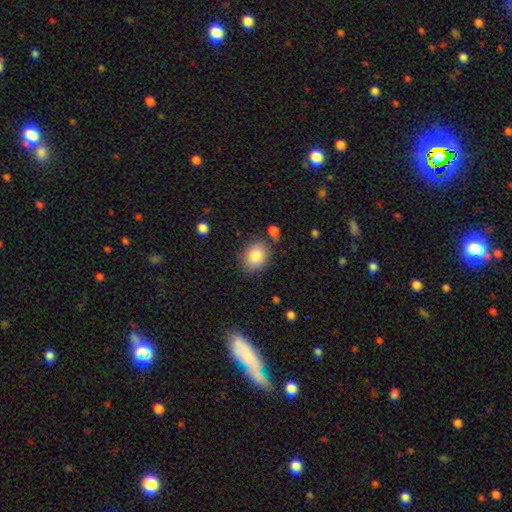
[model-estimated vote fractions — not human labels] Q: Smooth or featured?
A: smooth (83%); runner-up: featured or disk (9%)
Q: How rounded?
A: round (55%); runner-up: in between (44%)
Q: Merging?
A: none (78%); runner-up: minor disturbance (14%)